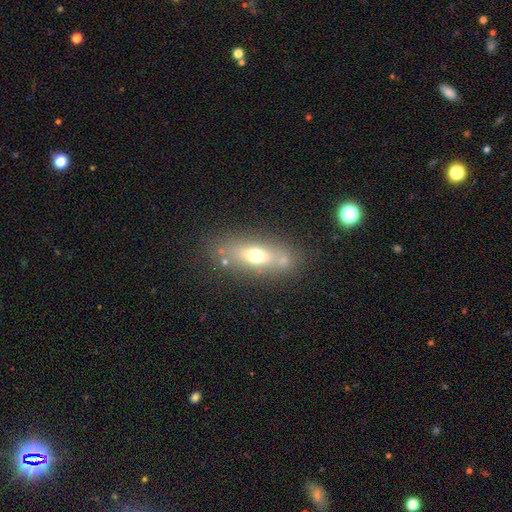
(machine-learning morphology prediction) smooth_or_featured: smooth (p=0.61) [alt: featured or disk p=0.28]
how_rounded: in between (p=0.65) [alt: cigar-shaped p=0.26]
merging: none (p=0.71) [alt: minor disturbance p=0.13]